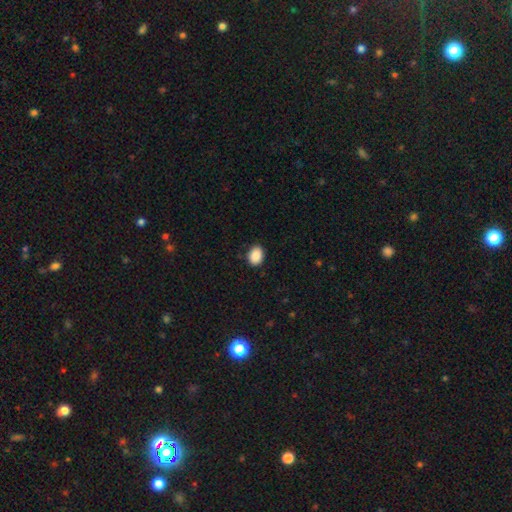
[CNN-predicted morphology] Smooth or featured? smooth (89%)
How rounded? in between (71%)
Merging? none (88%)